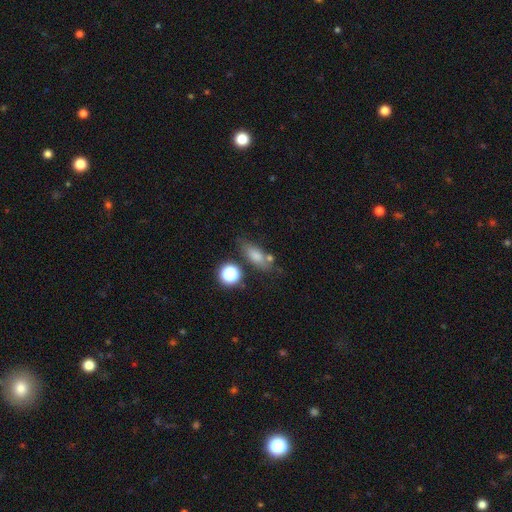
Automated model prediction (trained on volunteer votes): Smooth or featured: smooth — 70% (featured or disk — 15%)
How rounded: in between — 62% (cigar-shaped — 25%)
Merging: none — 64% (minor disturbance — 18%)